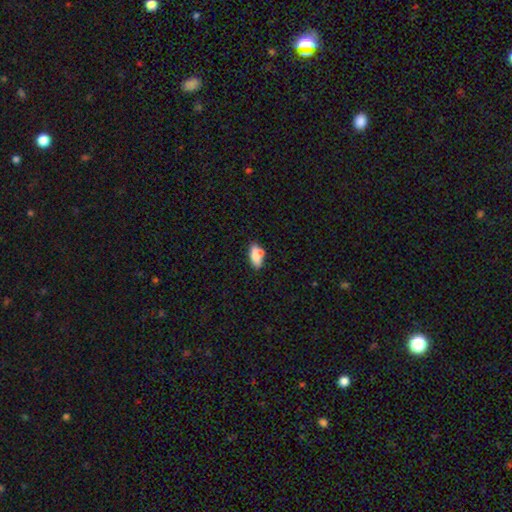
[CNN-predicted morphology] Q: Smooth or featured?
A: smooth (76%); runner-up: featured or disk (17%)
Q: How rounded?
A: in between (80%); runner-up: cigar-shaped (16%)
Q: Merging?
A: none (59%); runner-up: minor disturbance (18%)